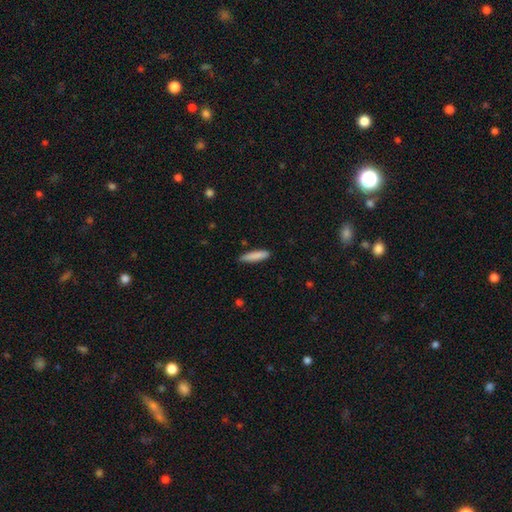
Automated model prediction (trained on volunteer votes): smooth 86%, featured or disk 8%, star or artifact 6%. Down the decision tree: how rounded — cigar-shaped (82%); merging — none (84%).